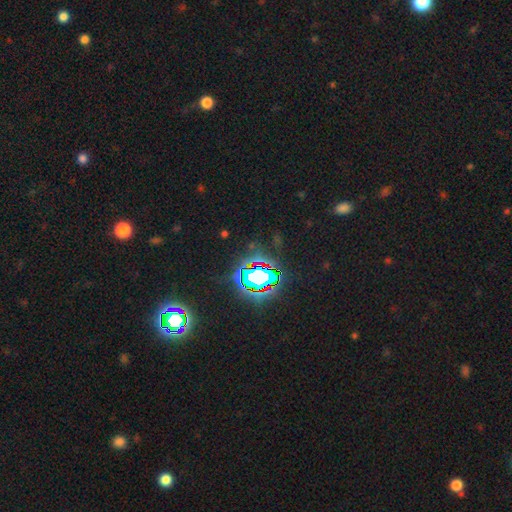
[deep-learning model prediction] star or artifact 81%, smooth 11%, featured or disk 8%.